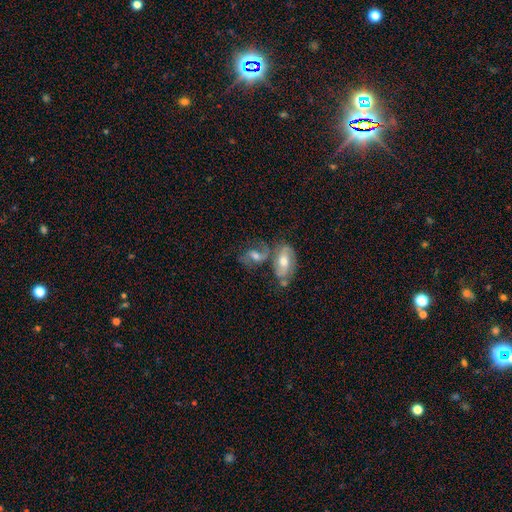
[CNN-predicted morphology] Overall: featured or disk (56%; smooth 34%). Edge-on disk: no (93%). Bar: weak (43%; no 40%). Spiral arms: yes (83%). Bulge size: moderate (66%). Merging: merger (42%; none 34%).